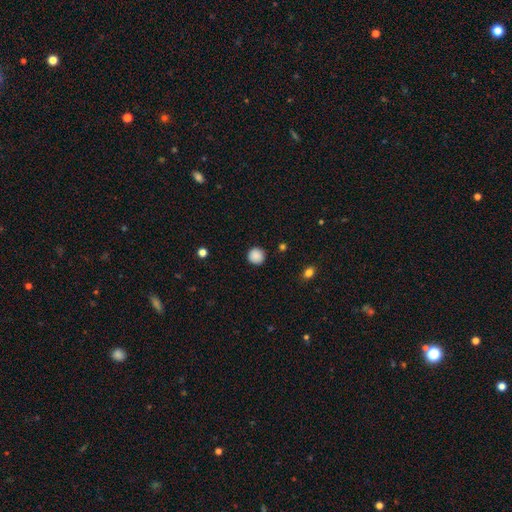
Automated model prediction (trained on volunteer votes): A smooth galaxy with no disk features (88%) that is round (94%). Merging: none (91%).